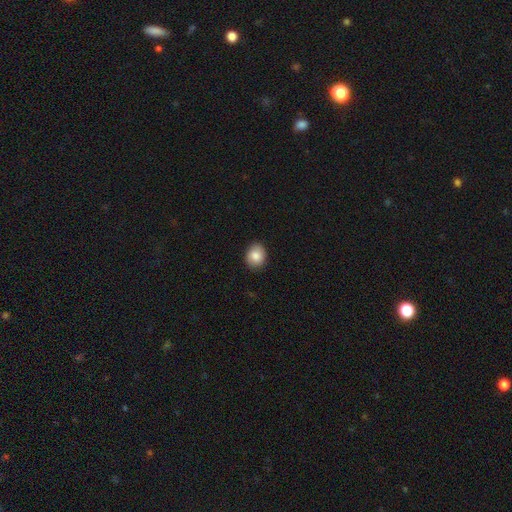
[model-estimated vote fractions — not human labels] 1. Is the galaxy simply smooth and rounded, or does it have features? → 86% smooth, 8% star or artifact, 6% featured or disk.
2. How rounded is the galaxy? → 58% round, 41% in between, 1% cigar-shaped.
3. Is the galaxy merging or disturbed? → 87% none, 10% minor disturbance, 2% major disturbance, 1% merger.